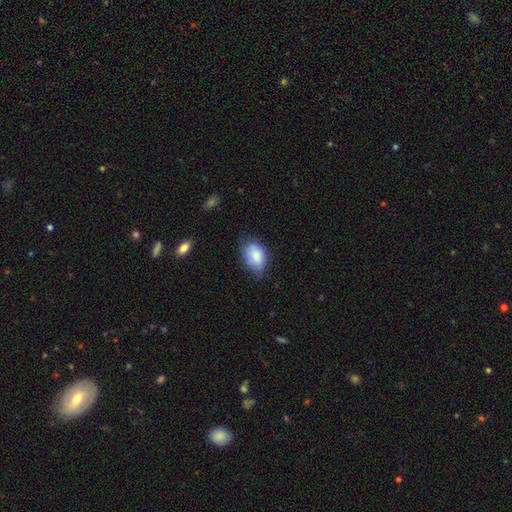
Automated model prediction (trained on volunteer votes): Smooth or featured: smooth — 82% (featured or disk — 10%)
How rounded: in between — 86% (round — 13%)
Merging: none — 56% (minor disturbance — 35%)